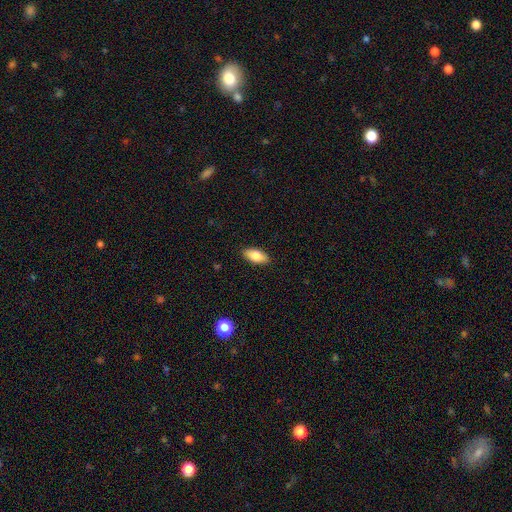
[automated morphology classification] A smooth galaxy with no disk features (81%) that is in between round and cigar-shaped (87%). Merging: none (89%).